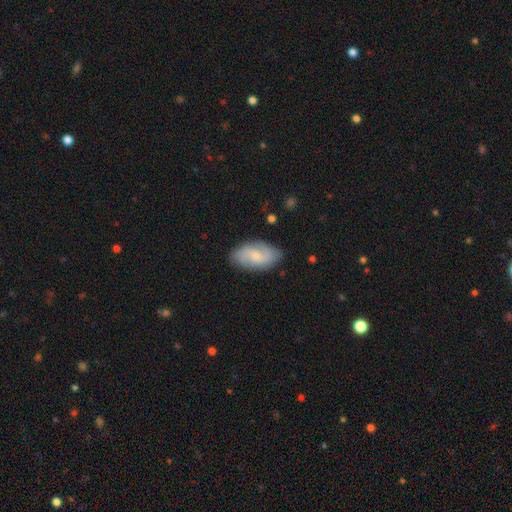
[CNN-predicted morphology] This is possibly a featured or disk galaxy (55%). It is clearly not viewed edge-on (95%). Bar: possibly no (50%). Spiral arm pattern: clearly yes (90%). Central bulge: possibly small (54%). Merging: likely none (79%).